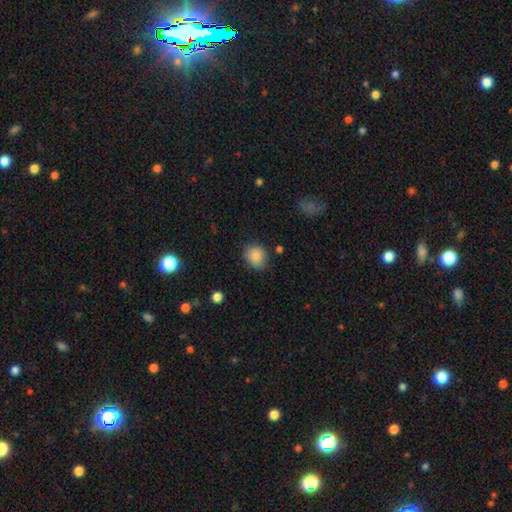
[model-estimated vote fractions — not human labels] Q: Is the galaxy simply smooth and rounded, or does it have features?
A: smooth — 86%.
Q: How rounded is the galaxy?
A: round — 74%.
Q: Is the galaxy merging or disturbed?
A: none — 78%.